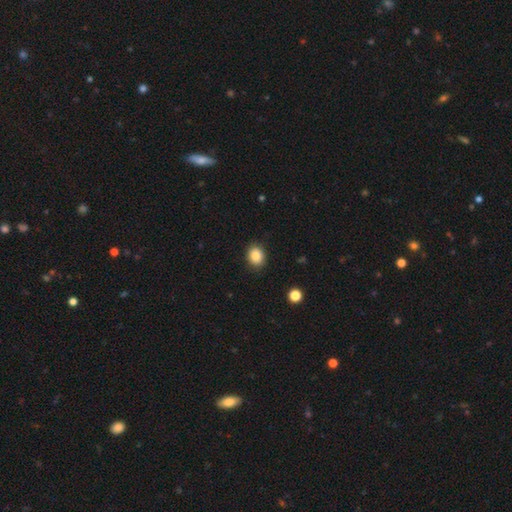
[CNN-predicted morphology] type=smooth (86%); roundness=round (54%); merging=none (87%).